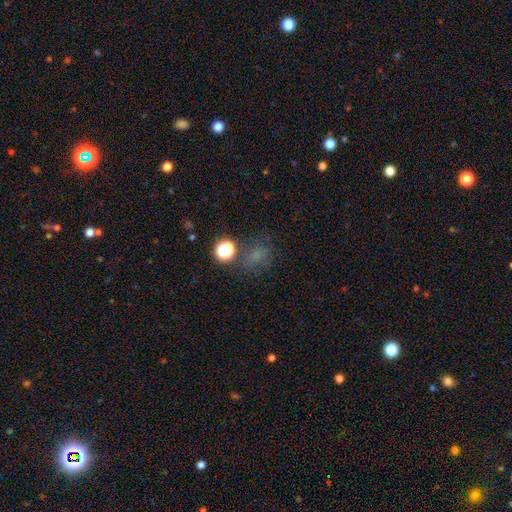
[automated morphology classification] Smooth or featured? Predicted: smooth (p=0.59). How rounded? Predicted: round (p=0.61). Merging? Predicted: none (p=0.60).